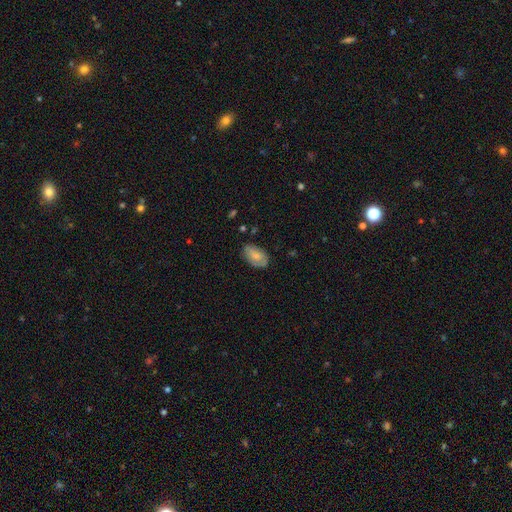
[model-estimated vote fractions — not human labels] This appears to be a smooth galaxy with no disk features (68%) that is in between round and cigar-shaped (92%). Merging: none (75%).